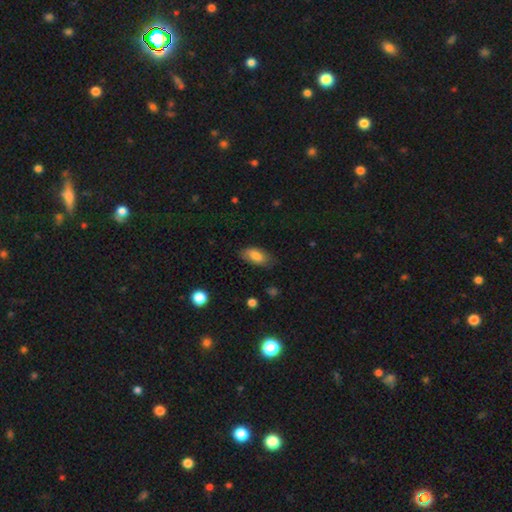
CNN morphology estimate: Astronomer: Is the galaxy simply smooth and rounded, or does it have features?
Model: smooth — 80%.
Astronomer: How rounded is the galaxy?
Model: in between — 90%.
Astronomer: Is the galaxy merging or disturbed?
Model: none — 77%.